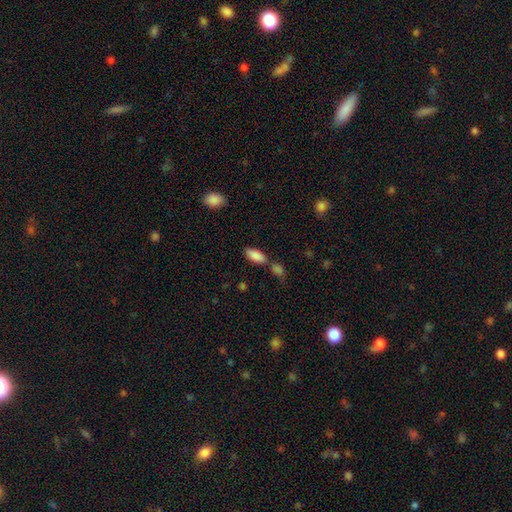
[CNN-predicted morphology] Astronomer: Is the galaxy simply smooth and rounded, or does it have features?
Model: smooth — 87%.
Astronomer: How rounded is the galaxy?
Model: in between — 85%.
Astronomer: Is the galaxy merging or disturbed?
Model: none — 62%.